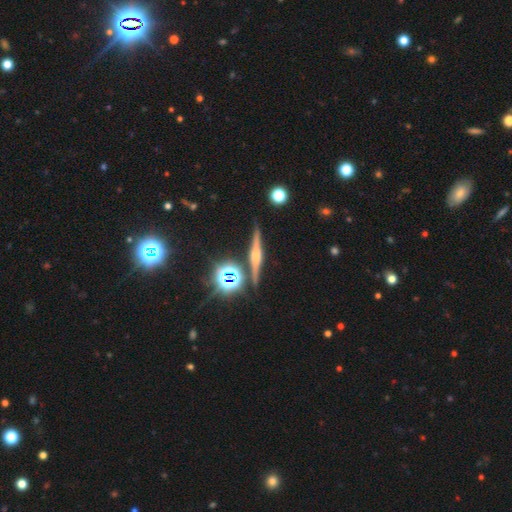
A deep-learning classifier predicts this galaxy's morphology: This is likely a featured or disk galaxy (68%). It is clearly viewed edge-on (96%). Edge-on bulge: likely rounded (74%). Merging: clearly none (86%).